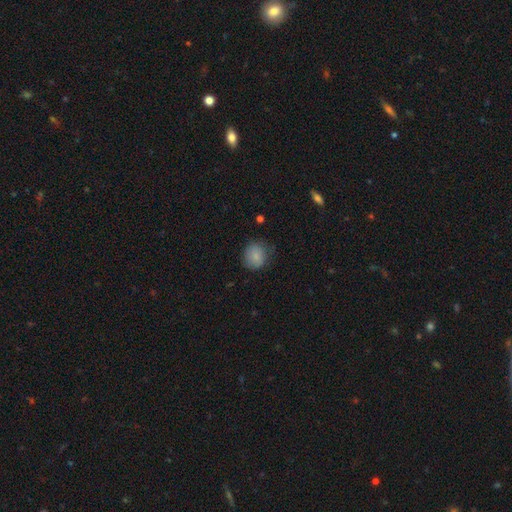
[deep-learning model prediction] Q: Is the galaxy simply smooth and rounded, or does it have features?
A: smooth — 83%.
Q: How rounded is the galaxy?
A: round — 75%.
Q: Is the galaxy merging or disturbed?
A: none — 71%.